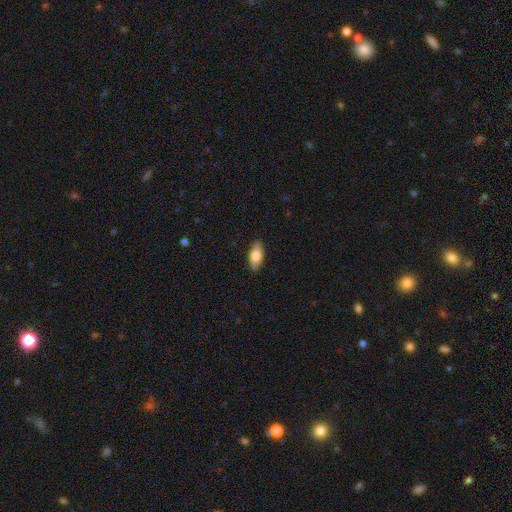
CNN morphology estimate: Smooth or featured?
  - smooth: 68% *
  - featured or disk: 26%
  - star or artifact: 6%
How rounded?
  - in between: 83% *
  - cigar-shaped: 14%
  - round: 3%
Merging?
  - none: 87% *
  - minor disturbance: 10%
  - major disturbance: 2%
  - merger: 1%